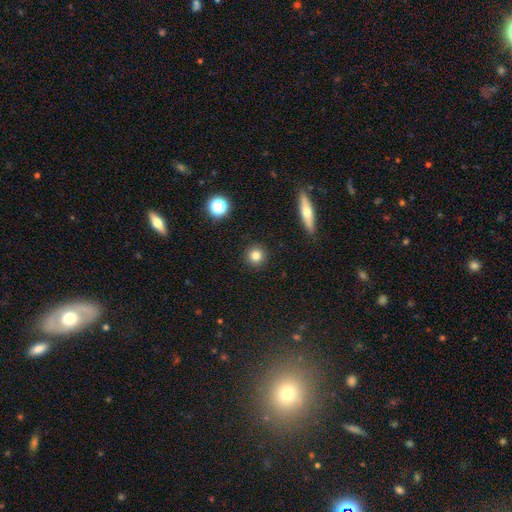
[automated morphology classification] A smooth galaxy with no disk features (80%) that is round (94%).

Vote fractions:
- Smooth or featured? smooth: 80% / star or artifact: 12% / featured or disk: 8%
- How rounded? round: 94% / in between: 5% / cigar-shaped: 1%
- Merging? none: 92% / minor disturbance: 5% / major disturbance: 2% / merger: 1%